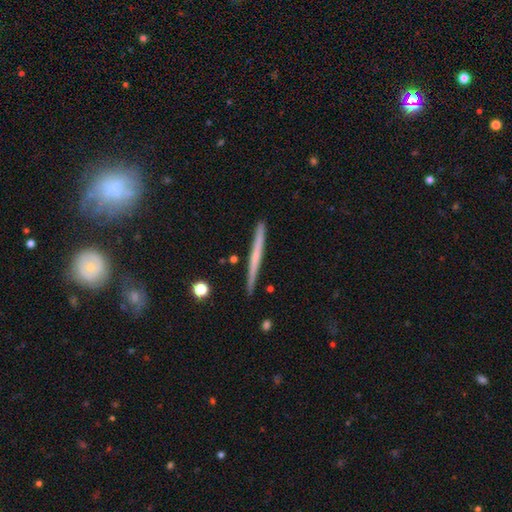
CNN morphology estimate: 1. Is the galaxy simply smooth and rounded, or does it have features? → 51% featured or disk, 43% smooth, 6% star or artifact.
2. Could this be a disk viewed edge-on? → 97% yes, 3% no.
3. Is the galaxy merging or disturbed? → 90% none, 7% minor disturbance, 2% merger, 1% major disturbance.